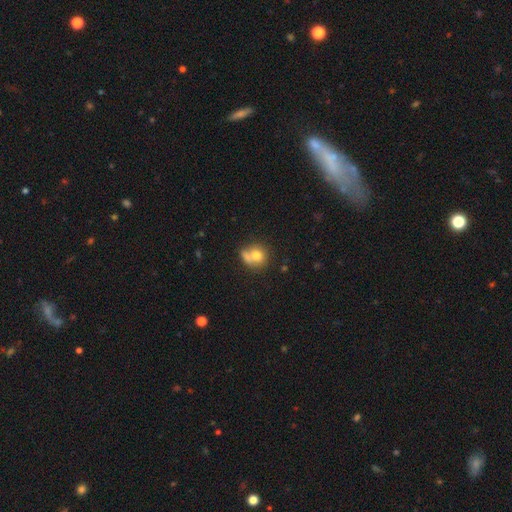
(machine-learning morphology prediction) This is likely a smooth galaxy (74%). How rounded: likely round (79%). Merging: marginally none (44%).